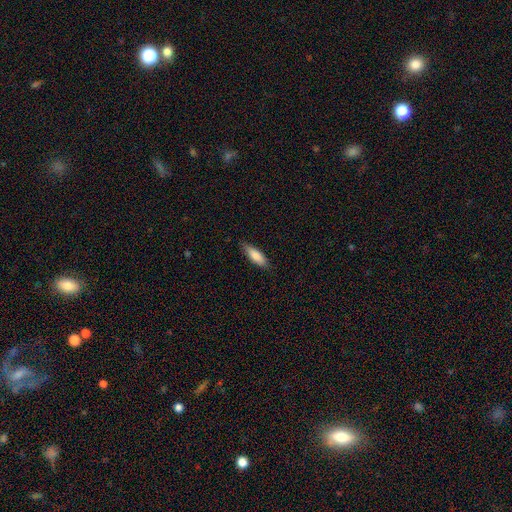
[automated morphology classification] Q: Smooth or featured?
A: smooth (80%); runner-up: featured or disk (14%)
Q: How rounded?
A: cigar-shaped (52%); runner-up: in between (47%)
Q: Merging?
A: none (83%); runner-up: minor disturbance (14%)